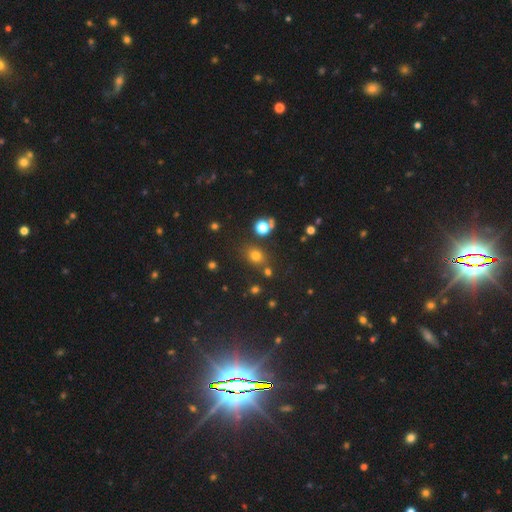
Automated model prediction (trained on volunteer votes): Q: Smooth or featured?
A: smooth (70%); runner-up: star or artifact (22%)
Q: How rounded?
A: round (59%); runner-up: in between (40%)
Q: Merging?
A: none (75%); runner-up: minor disturbance (12%)